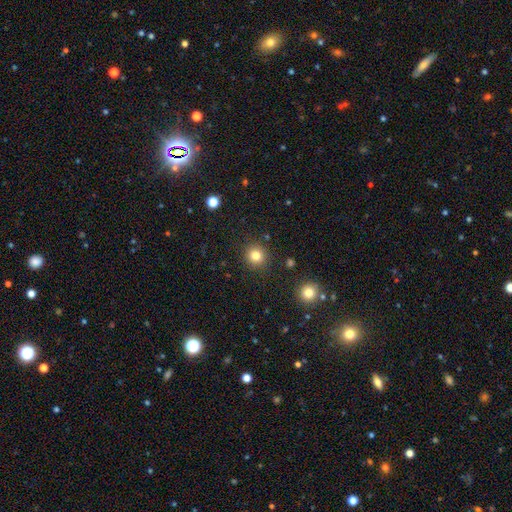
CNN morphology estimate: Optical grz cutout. It shows a smooth galaxy with no disk features (81%) that is round (92%). Merging: none (90%).